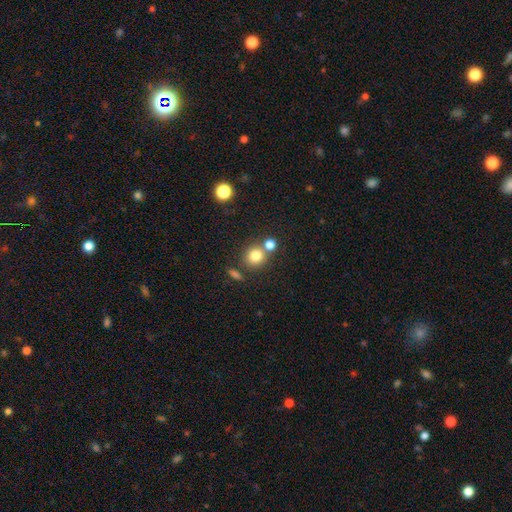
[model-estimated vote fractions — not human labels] A smooth galaxy with no disk features (79%) that is round (86%). Merging: none (66%).